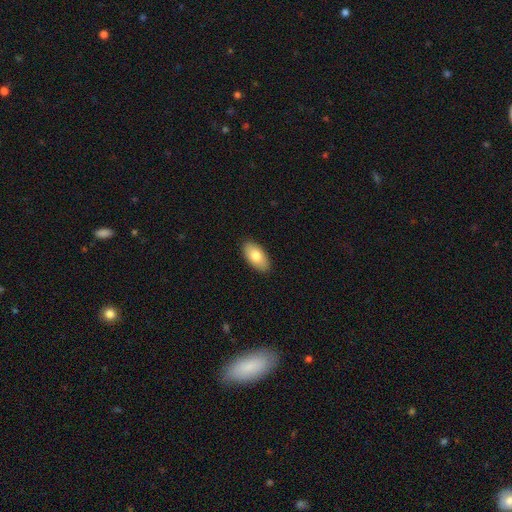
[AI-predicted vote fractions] Overall: smooth (79%). How rounded: in between (95%). Merging: none (89%).